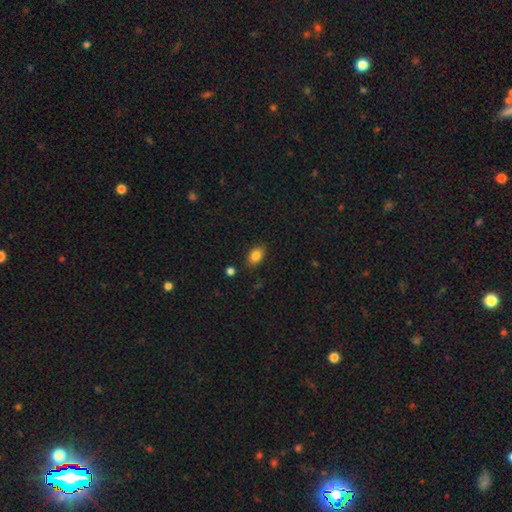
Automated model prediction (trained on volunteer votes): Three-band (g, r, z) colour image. It shows a smooth galaxy with no disk features (84%) that is in between round and cigar-shaped (82%). Merging: none (85%).